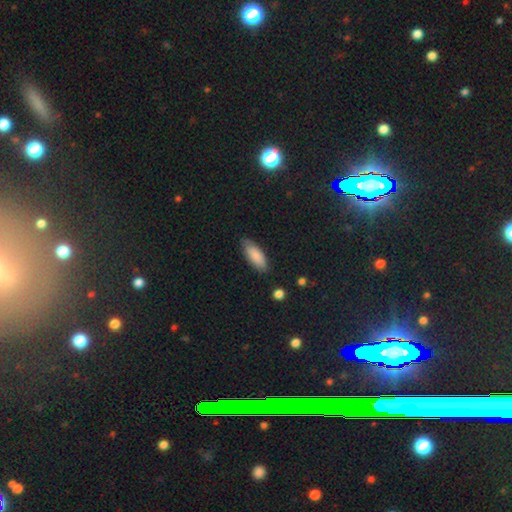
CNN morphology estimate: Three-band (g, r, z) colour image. It shows a smooth galaxy with no disk features (84%) that is in between round and cigar-shaped (76%). Merging: none (77%).